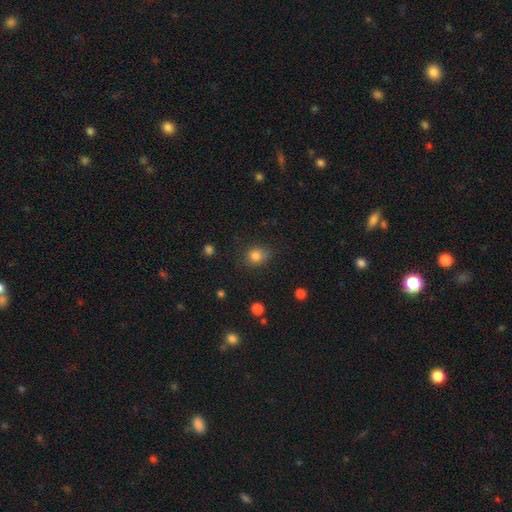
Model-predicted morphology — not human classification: This appears to be a smooth galaxy with no disk features (82%) that is round (67%). Merging: none (77%).